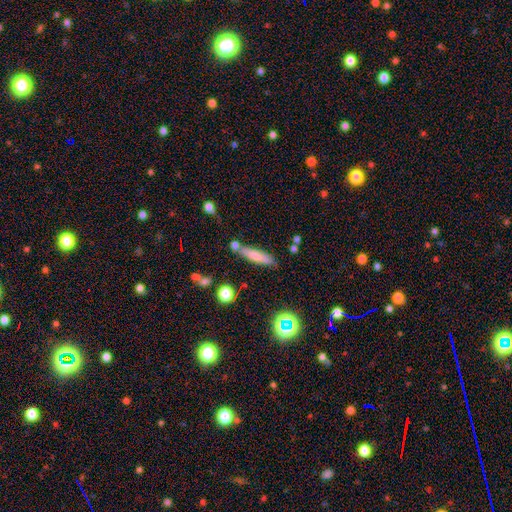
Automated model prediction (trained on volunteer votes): Smooth or featured? smooth (72%)
How rounded? cigar-shaped (80%)
Merging? none (71%)